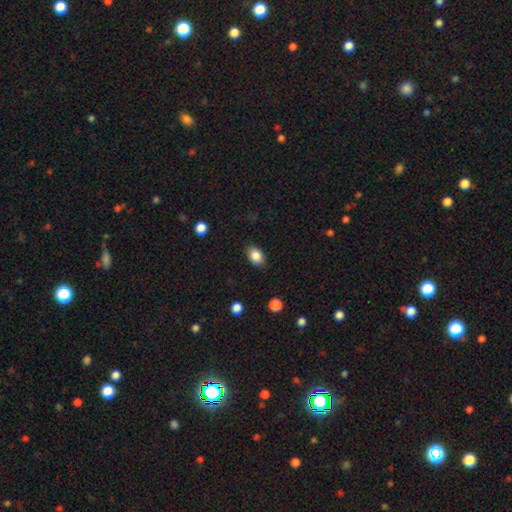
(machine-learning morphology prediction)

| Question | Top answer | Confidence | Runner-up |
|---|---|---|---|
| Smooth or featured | smooth | 87% | star or artifact (8%) |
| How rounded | in between | 80% | round (19%) |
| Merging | none | 86% | minor disturbance (10%) |